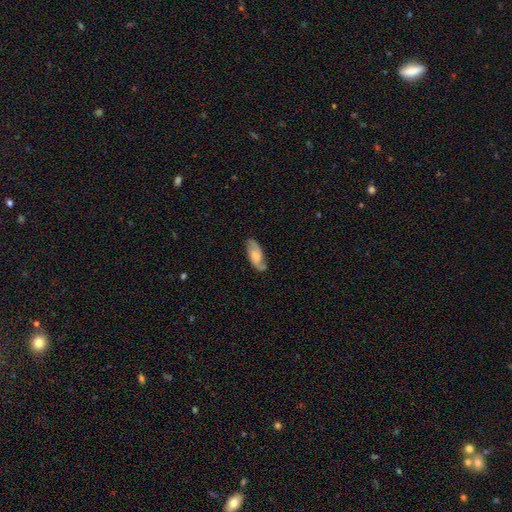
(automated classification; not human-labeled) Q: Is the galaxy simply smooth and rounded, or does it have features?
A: featured or disk — 58%.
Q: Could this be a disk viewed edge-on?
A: no — 90%.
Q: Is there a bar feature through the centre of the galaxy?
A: no — 59%.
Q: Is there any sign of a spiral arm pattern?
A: yes — 91%.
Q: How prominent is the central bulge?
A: moderate — 27%, tied with none.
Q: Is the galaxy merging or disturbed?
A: none — 77%.